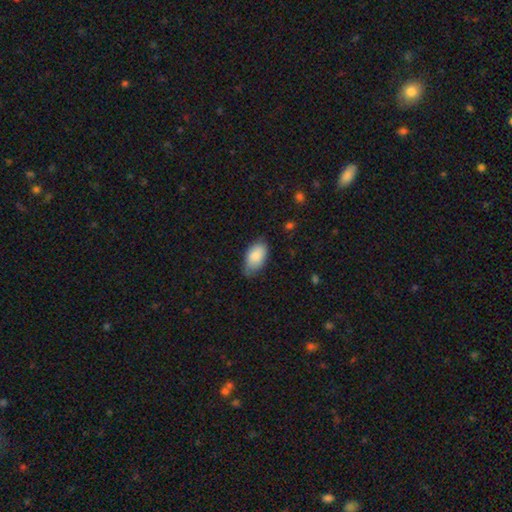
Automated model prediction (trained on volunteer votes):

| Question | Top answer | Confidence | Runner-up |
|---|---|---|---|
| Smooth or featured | smooth | 85% | featured or disk (9%) |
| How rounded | in between | 94% | round (4%) |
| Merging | none | 67% | minor disturbance (27%) |